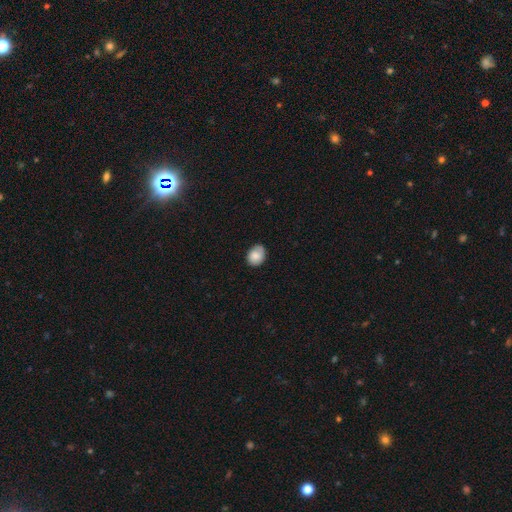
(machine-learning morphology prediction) smooth-or-featured: smooth: 83% | featured or disk: 9% | star or artifact: 8%
  how-rounded: in between: 50% | round: 49% | cigar-shaped: 1%
  merging: none: 76% | minor disturbance: 20% | major disturbance: 3% | merger: 1%